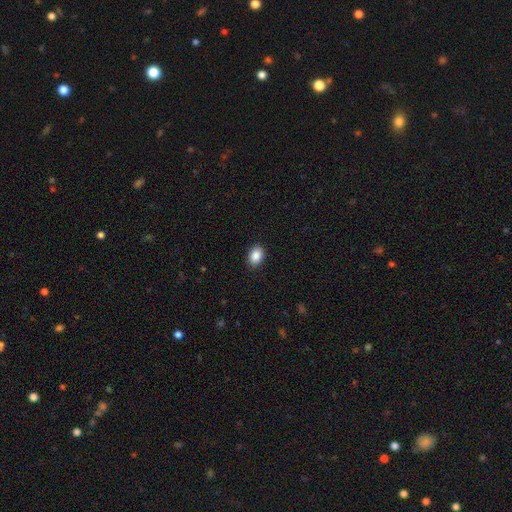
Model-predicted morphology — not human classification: smooth-or-featured: smooth: 89% | star or artifact: 8% | featured or disk: 4%
  how-rounded: in between: 76% | round: 23% | cigar-shaped: 1%
  merging: none: 90% | minor disturbance: 7% | major disturbance: 2% | merger: 1%